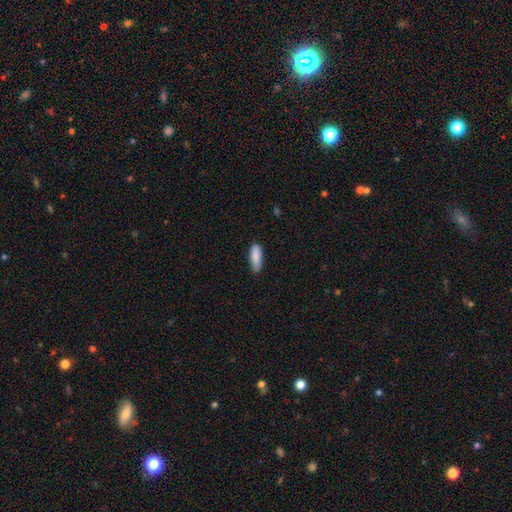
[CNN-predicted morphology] Smooth or featured?
  - smooth: 88% *
  - star or artifact: 6%
  - featured or disk: 6%
How rounded?
  - in between: 58% *
  - cigar-shaped: 40%
  - round: 2%
Merging?
  - none: 79% *
  - minor disturbance: 17%
  - major disturbance: 2%
  - merger: 1%